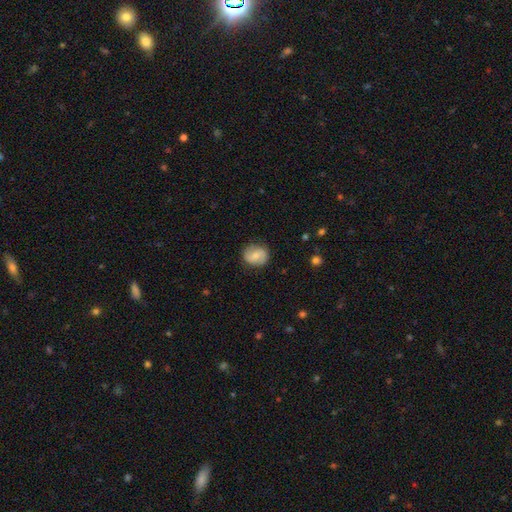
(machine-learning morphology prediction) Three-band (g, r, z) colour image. It shows a smooth galaxy with no disk features (51%) that is round (68%). Merging: none (83%).